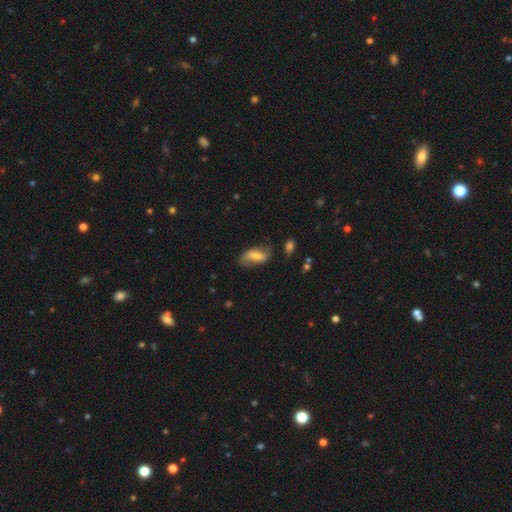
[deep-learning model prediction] A featured or disk galaxy (49%). Merging: none (62%).